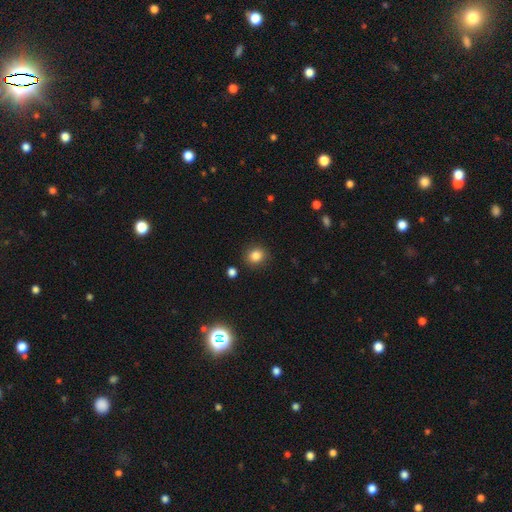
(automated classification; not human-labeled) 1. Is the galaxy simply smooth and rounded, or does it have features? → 84% smooth, 11% star or artifact, 5% featured or disk.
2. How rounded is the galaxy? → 80% round, 19% in between, 1% cigar-shaped.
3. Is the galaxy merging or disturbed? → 88% none, 8% minor disturbance, 2% major disturbance, 2% merger.